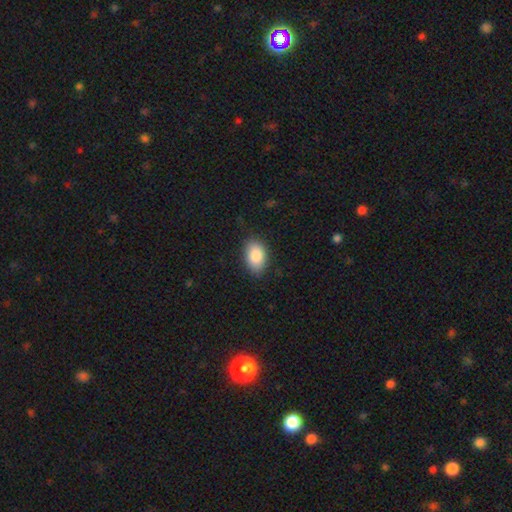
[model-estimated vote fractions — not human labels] A smooth galaxy with no disk features (87%) that is in between round and cigar-shaped (89%).

Vote fractions:
- Smooth or featured? smooth: 87% / star or artifact: 7% / featured or disk: 6%
- How rounded? in between: 89% / round: 10% / cigar-shaped: 1%
- Merging? none: 84% / minor disturbance: 12% / major disturbance: 3% / merger: 1%